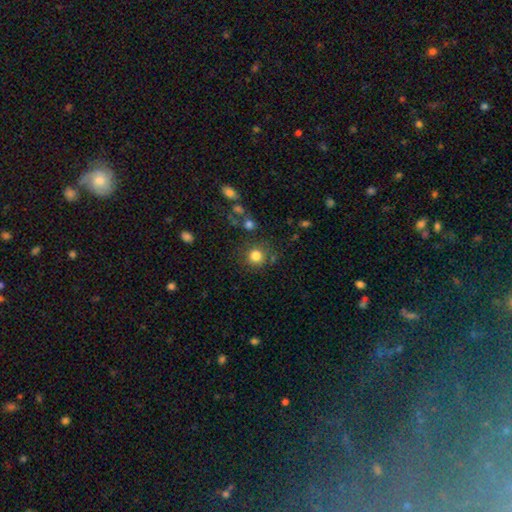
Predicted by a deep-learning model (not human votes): A smooth galaxy with no disk features (81%) that is round (91%). Merging: none (78%).